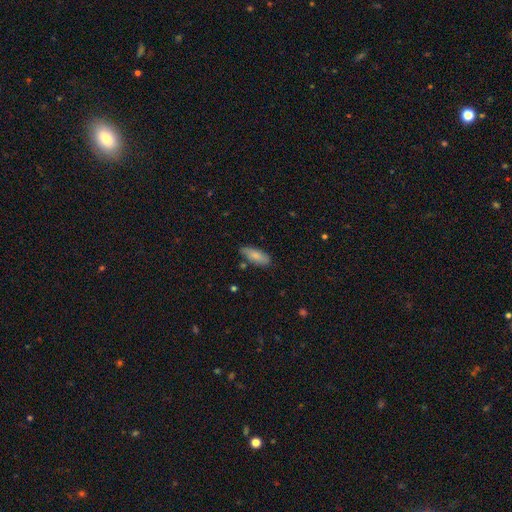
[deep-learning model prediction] A smooth galaxy with no disk features (79%) that is in between round and cigar-shaped (73%). Merging: none (72%).